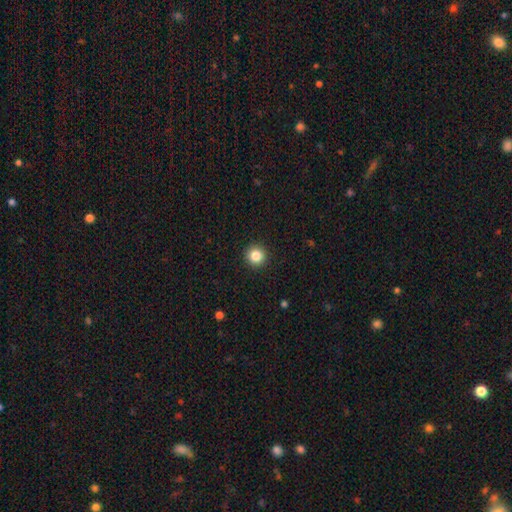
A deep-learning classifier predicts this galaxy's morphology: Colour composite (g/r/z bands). It shows a smooth galaxy with no disk features (84%) that is round (95%). Merging: none (93%).